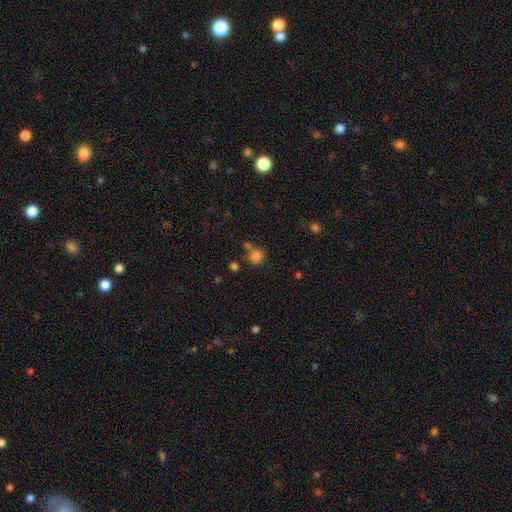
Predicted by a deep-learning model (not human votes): smooth_or_featured: smooth (p=0.81) [alt: star or artifact p=0.14]
how_rounded: round (p=0.88) [alt: in between p=0.11]
merging: none (p=0.63) [alt: merger p=0.19]